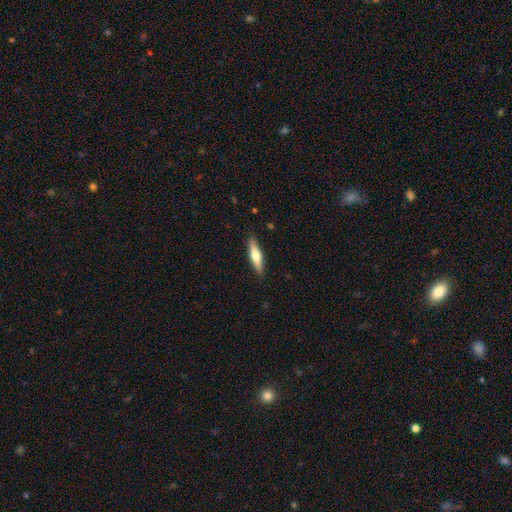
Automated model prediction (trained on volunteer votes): smooth-or-featured: smooth: 50% | featured or disk: 45% | star or artifact: 5%
  merging: none: 89% | minor disturbance: 8% | major disturbance: 2% | merger: 1%